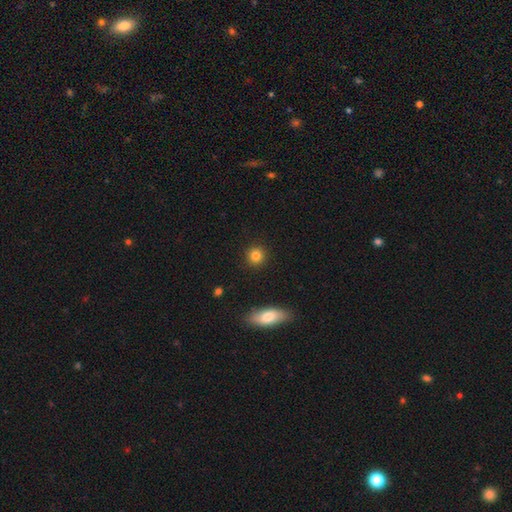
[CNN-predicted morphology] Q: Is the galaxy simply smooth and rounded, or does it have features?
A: smooth — 84%.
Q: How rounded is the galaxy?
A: round — 92%.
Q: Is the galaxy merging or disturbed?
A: none — 92%.